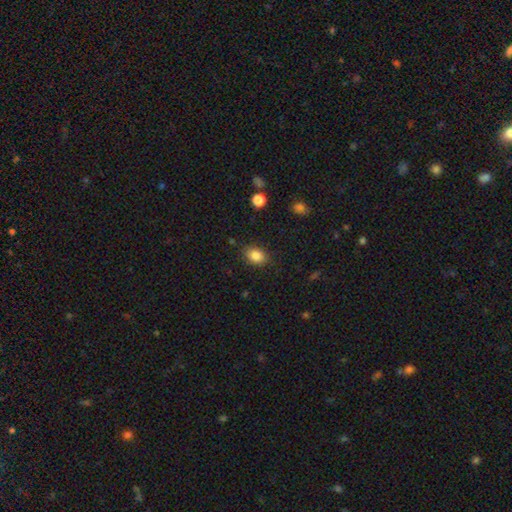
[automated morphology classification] type=smooth (85%); roundness=in between (75%); merging=none (84%).